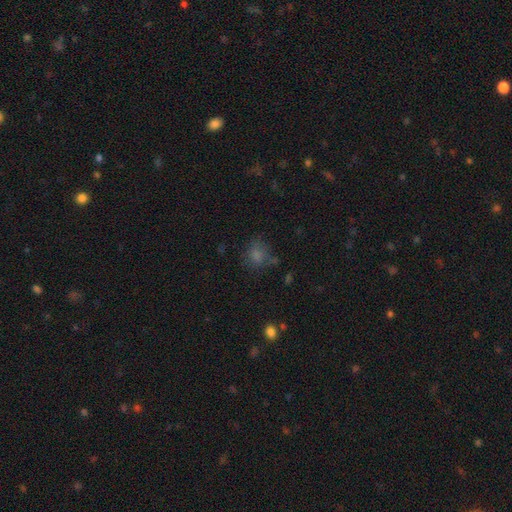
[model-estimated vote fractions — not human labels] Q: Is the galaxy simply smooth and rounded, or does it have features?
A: smooth — 57%.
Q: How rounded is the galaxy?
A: round — 74%.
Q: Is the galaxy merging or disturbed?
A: none — 68%.